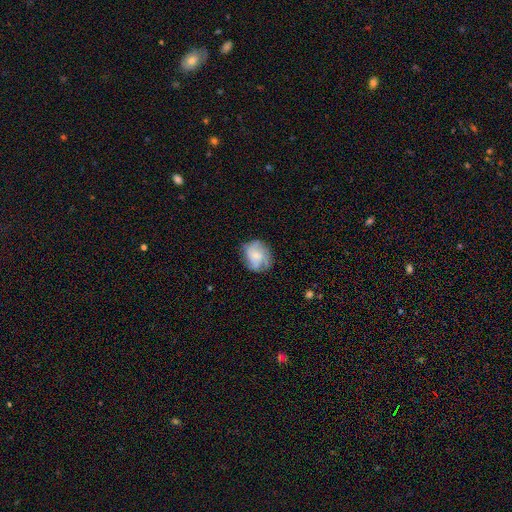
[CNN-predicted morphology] Smooth or featured: featured or disk — 53% (smooth — 38%)
Edge-on disk: no — 98% (yes — 2%)
Bar: no — 72% (weak — 24%)
Spiral arms: yes — 82% (no — 18%)
Bulge size: small — 41% (moderate — 28%)
Merging: none — 65% (minor disturbance — 22%)